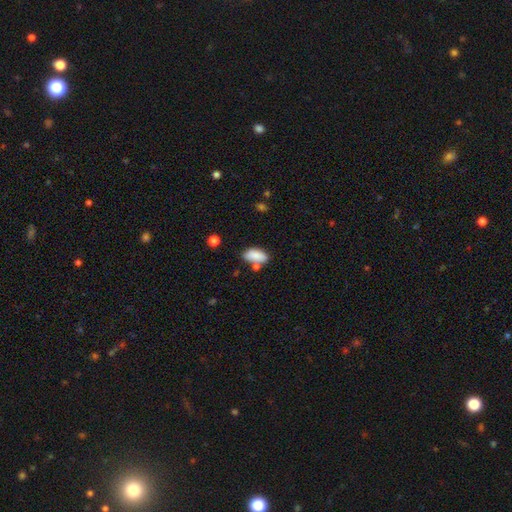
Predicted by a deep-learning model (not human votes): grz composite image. It shows a smooth galaxy with no disk features (86%) that is in between round and cigar-shaped (92%). Merging: none (63%).